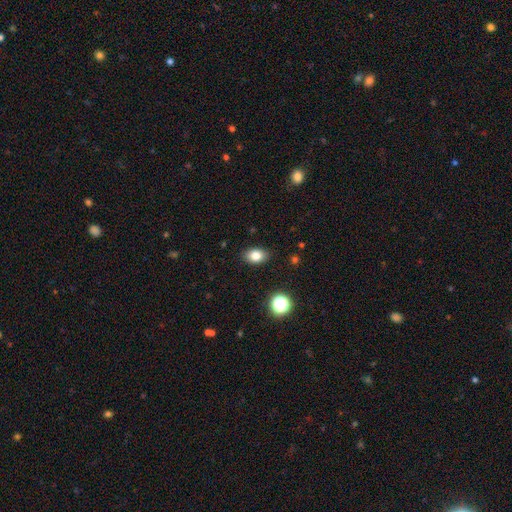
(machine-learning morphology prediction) smooth 82%, star or artifact 11%, featured or disk 8%. Down the decision tree: how rounded — in between (79%); merging — none (87%).